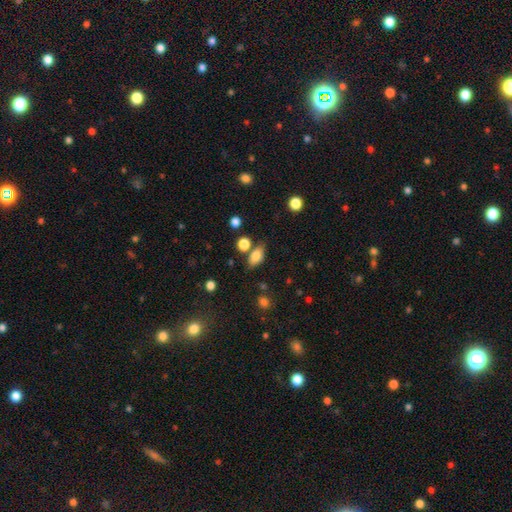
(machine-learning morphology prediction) smooth_or_featured: smooth (p=0.80) [alt: star or artifact p=0.10]
how_rounded: in between (p=0.86) [alt: round p=0.10]
merging: none (p=0.66) [alt: minor disturbance p=0.17]